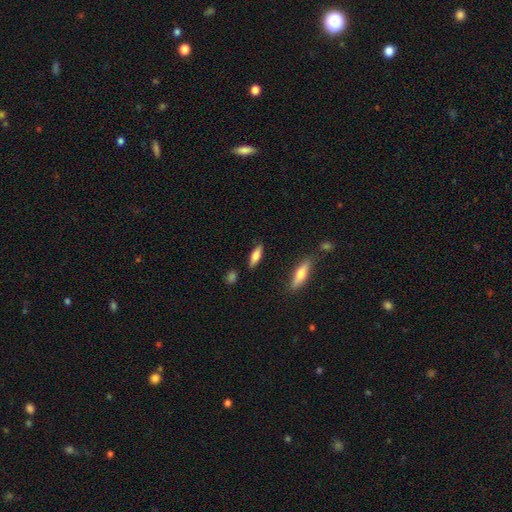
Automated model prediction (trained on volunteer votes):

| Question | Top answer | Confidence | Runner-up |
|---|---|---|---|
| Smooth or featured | smooth | 69% | featured or disk (24%) |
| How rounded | in between | 50% | cigar-shaped (48%) |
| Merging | none | 85% | minor disturbance (10%) |